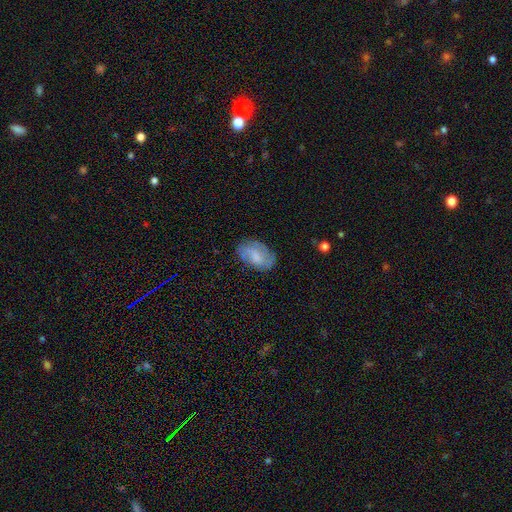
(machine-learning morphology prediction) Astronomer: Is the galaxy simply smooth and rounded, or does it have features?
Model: smooth — 49% (runner-up: featured or disk, 43%).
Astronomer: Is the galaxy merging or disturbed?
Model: none — 71%.